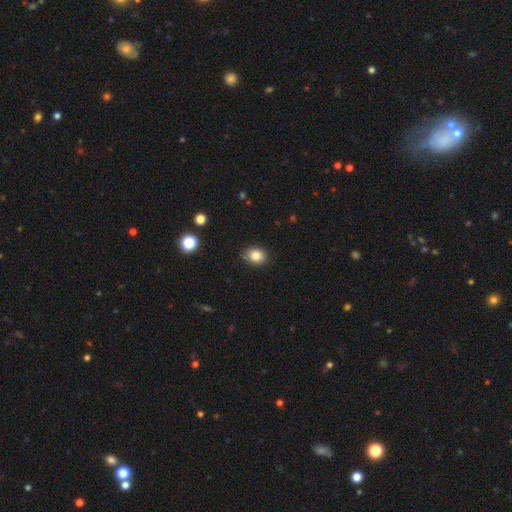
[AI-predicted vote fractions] smooth 84%, star or artifact 10%, featured or disk 6%. Down the decision tree: how rounded — round (51%); merging — none (88%).